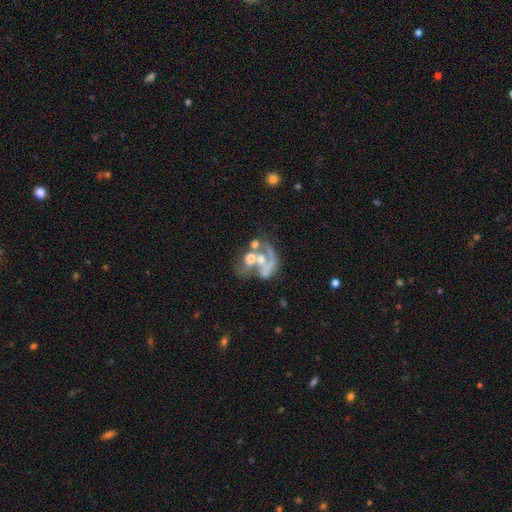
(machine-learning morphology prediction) Q: Smooth or featured?
A: featured or disk (62%); runner-up: smooth (21%)
Q: Edge-on disk?
A: no (97%); runner-up: yes (3%)
Q: Bar?
A: no (75%); runner-up: weak (17%)
Q: Spiral arms?
A: no (56%); runner-up: yes (44%)
Q: Bulge size?
A: moderate (37%); runner-up: small (29%)
Q: Merging?
A: merger (46%); runner-up: major disturbance (23%)